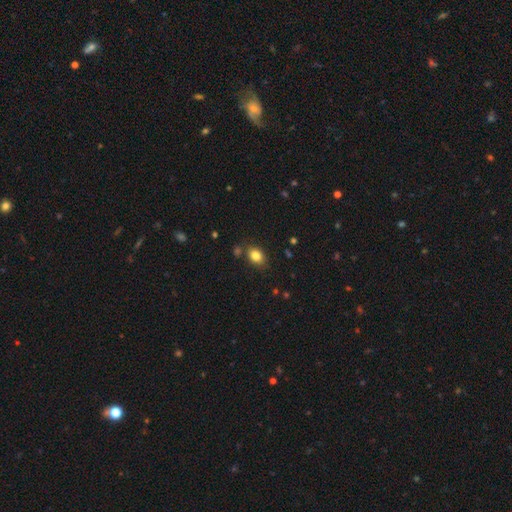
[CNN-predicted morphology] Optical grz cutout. It shows a smooth galaxy with no disk features (83%) that is in between round and cigar-shaped (67%). Merging: none (80%).